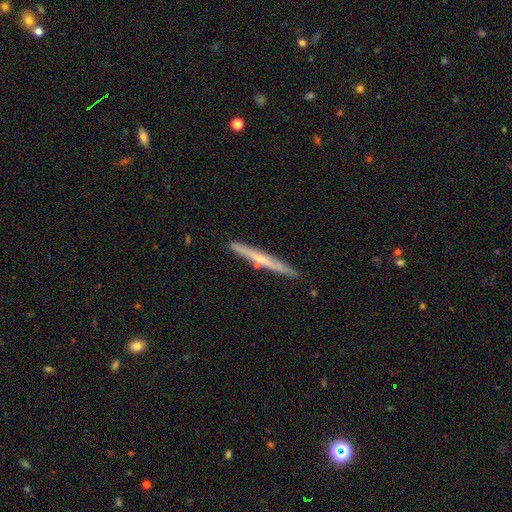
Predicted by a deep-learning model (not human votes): This appears to be a featured or disk galaxy (60%) viewed edge-on (97%) with a rounded central bulge (52%). Merging: none (90%).